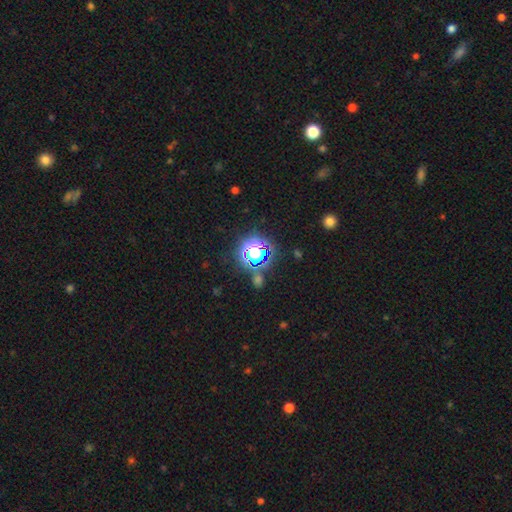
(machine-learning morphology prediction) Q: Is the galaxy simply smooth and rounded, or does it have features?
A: star or artifact — 79%.